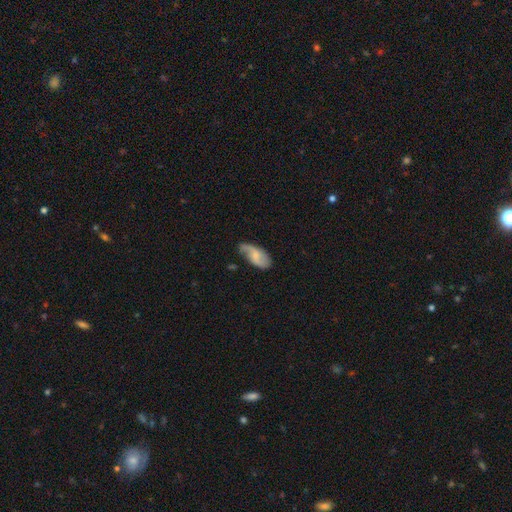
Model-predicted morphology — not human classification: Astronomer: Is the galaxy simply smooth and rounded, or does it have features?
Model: featured or disk — 54% (runner-up: smooth, 40%).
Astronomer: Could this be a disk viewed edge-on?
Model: no — 94%.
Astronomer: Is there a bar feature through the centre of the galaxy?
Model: no — 49% (runner-up: weak, 42%).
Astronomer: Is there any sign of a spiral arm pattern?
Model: yes — 90%.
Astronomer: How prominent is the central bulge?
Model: small — 43% (runner-up: moderate, 27%).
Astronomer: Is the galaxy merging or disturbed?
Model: none — 64%.